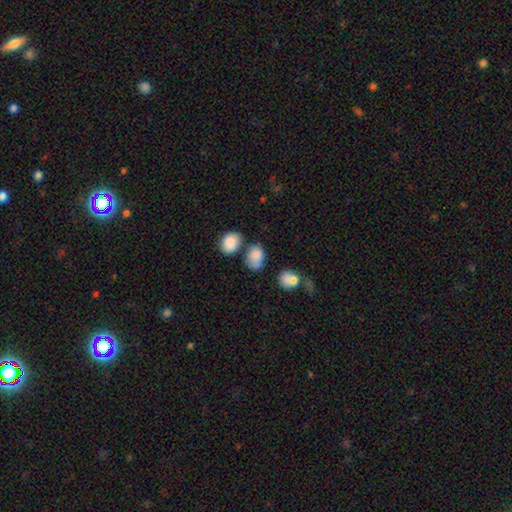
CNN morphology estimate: Smooth or featured? smooth (84%)
How rounded? in between (77%)
Merging? none (53%)